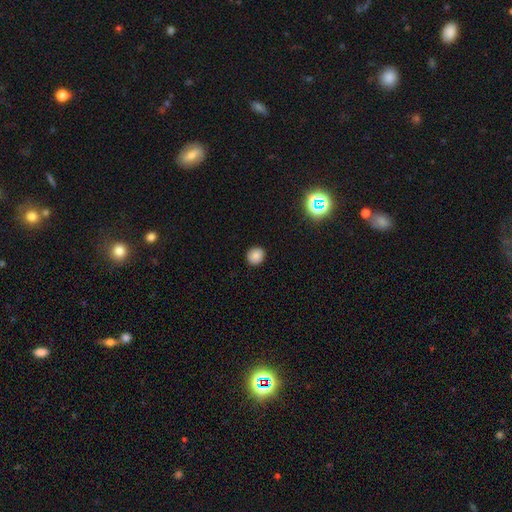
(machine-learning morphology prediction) This is clearly a smooth galaxy (84%). How rounded: clearly round (83%). Merging: clearly none (91%).